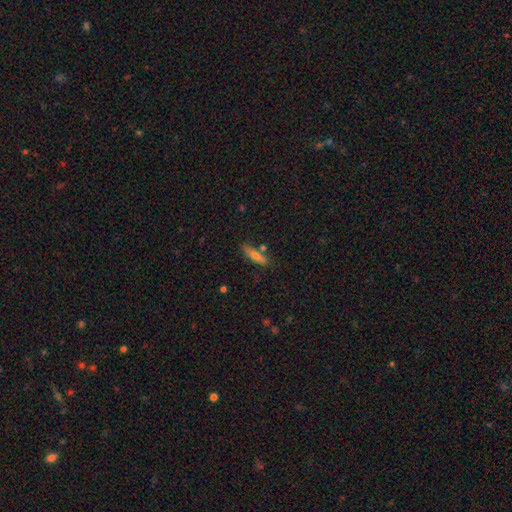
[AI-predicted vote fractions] Overall: smooth (68%). How rounded: cigar-shaped (70%). Merging: none (71%).